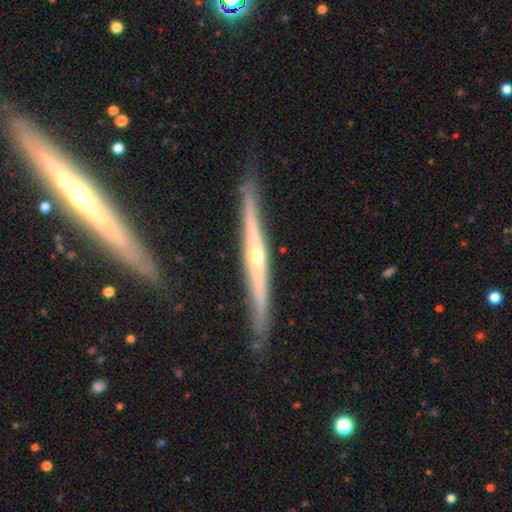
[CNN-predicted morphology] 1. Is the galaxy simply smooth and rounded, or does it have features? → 80% featured or disk, 15% smooth, 5% star or artifact.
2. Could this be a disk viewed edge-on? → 97% yes, 3% no.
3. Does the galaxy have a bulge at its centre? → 74% rounded, 22% none, 4% boxy.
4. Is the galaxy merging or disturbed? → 86% none, 10% minor disturbance, 2% merger, 2% major disturbance.